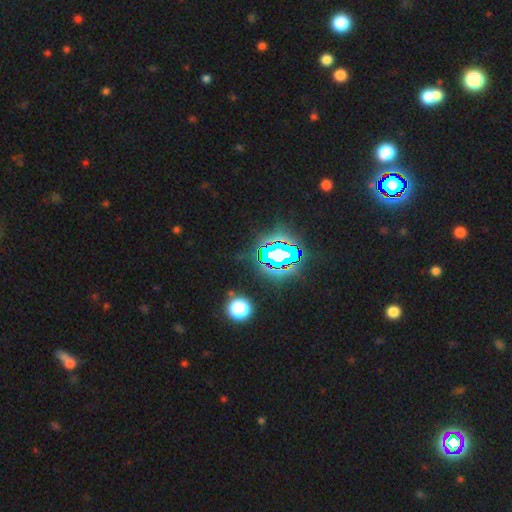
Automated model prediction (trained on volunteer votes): Smooth or featured? Predicted: star or artifact (p=0.77).